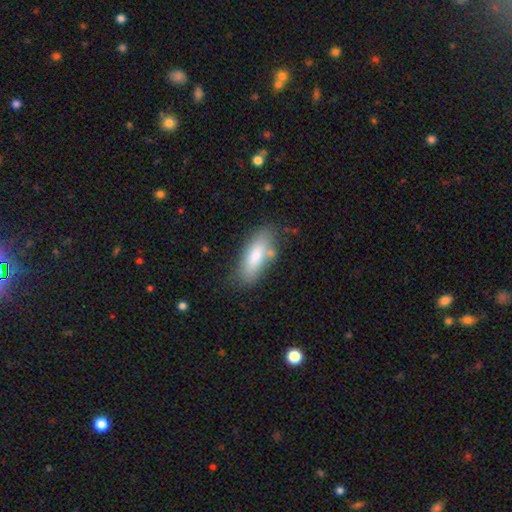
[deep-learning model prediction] A smooth galaxy with no disk features (78%) that is in between round and cigar-shaped (70%).

Vote fractions:
- Smooth or featured? smooth: 78% / featured or disk: 15% / star or artifact: 7%
- How rounded? in between: 70% / cigar-shaped: 28% / round: 2%
- Merging? none: 74% / minor disturbance: 16% / merger: 5% / major disturbance: 4%